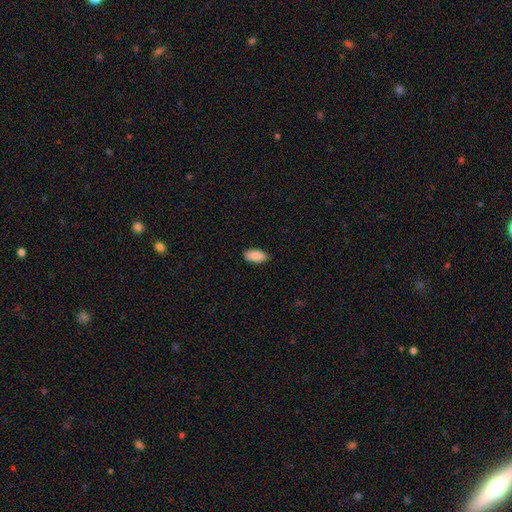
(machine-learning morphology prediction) Smooth or featured: smooth — 89% (star or artifact — 6%)
How rounded: in between — 93% (cigar-shaped — 5%)
Merging: none — 88% (minor disturbance — 9%)